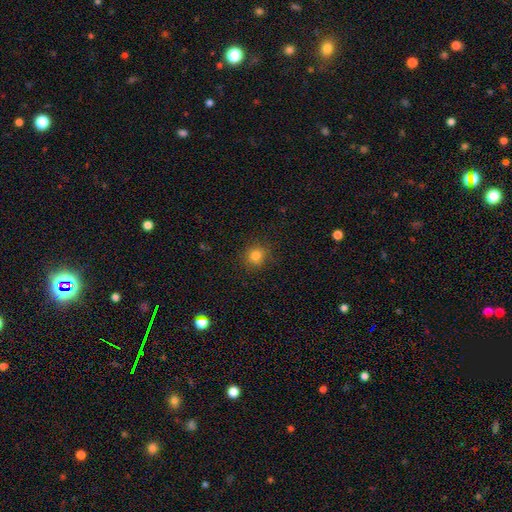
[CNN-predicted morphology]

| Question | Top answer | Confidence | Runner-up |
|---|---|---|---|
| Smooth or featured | smooth | 82% | star or artifact (13%) |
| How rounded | round | 88% | in between (11%) |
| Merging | none | 88% | minor disturbance (8%) |